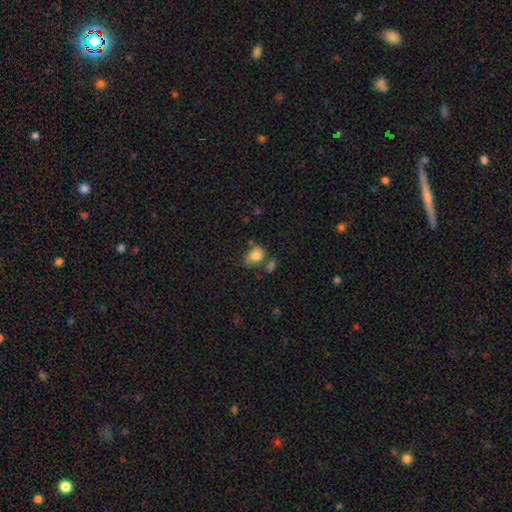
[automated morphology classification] Smooth or featured: smooth — 79% (featured or disk — 11%)
How rounded: in between — 69% (round — 30%)
Merging: none — 50% (minor disturbance — 22%)